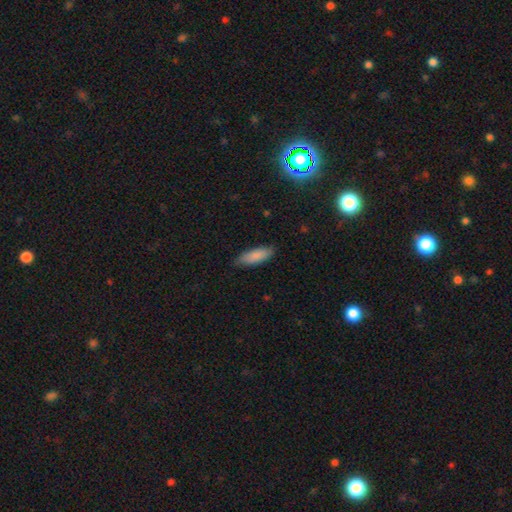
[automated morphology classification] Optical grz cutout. It shows a smooth galaxy with no disk features (86%) that is in between round and cigar-shaped (70%). Merging: none (81%).